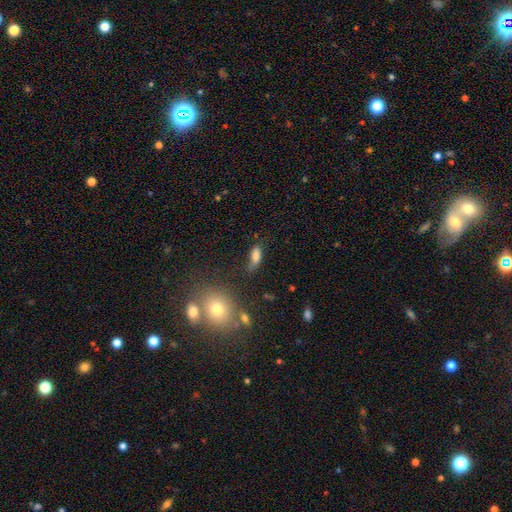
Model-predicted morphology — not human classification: smooth_or_featured: smooth (p=0.78) [alt: star or artifact p=0.11]
how_rounded: in between (p=0.73) [alt: cigar-shaped p=0.22]
merging: none (p=0.51) [alt: minor disturbance p=0.28]